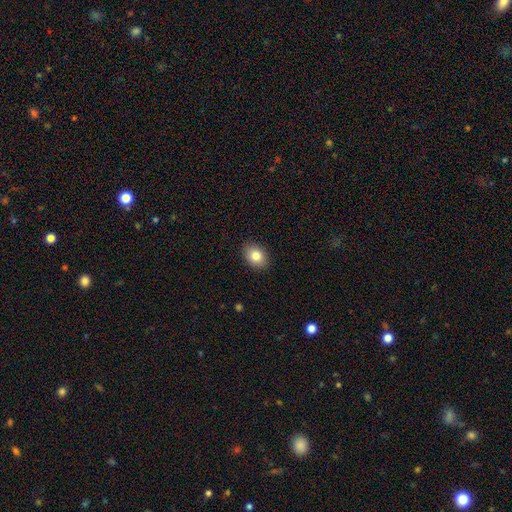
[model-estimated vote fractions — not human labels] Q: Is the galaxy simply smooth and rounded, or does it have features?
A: smooth — 82%.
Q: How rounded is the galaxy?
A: in between — 66%.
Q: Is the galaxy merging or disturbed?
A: none — 89%.